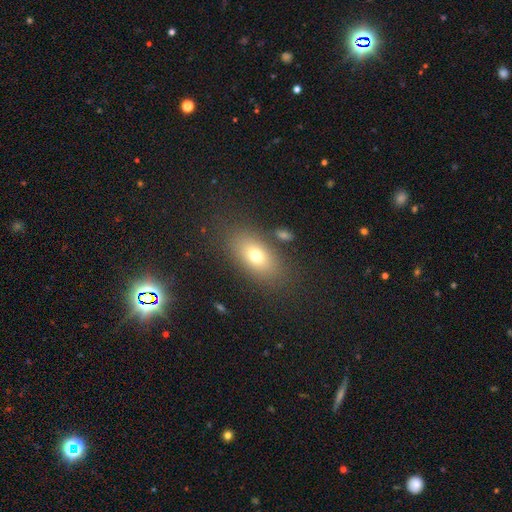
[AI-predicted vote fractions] A smooth galaxy with no disk features (71%) that is in between round and cigar-shaped (85%).

Vote fractions:
- Smooth or featured? smooth: 71% / featured or disk: 17% / star or artifact: 12%
- How rounded? in between: 85% / round: 10% / cigar-shaped: 5%
- Merging? none: 80% / minor disturbance: 11% / major disturbance: 5% / merger: 4%